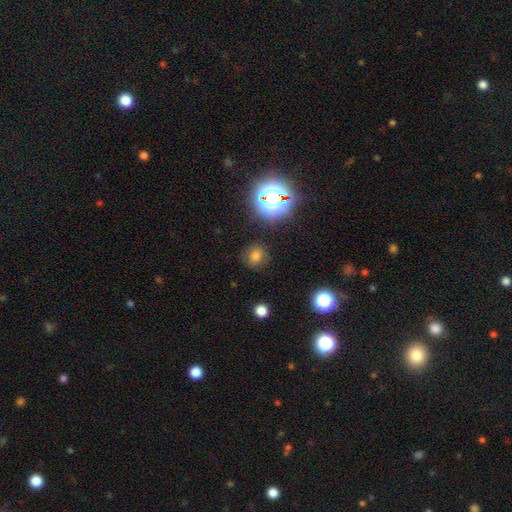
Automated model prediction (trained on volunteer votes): Smooth or featured?
  - smooth: 71% *
  - star or artifact: 21%
  - featured or disk: 8%
How rounded?
  - round: 80% *
  - in between: 19%
  - cigar-shaped: 1%
Merging?
  - none: 85% *
  - minor disturbance: 9%
  - major disturbance: 3%
  - merger: 2%